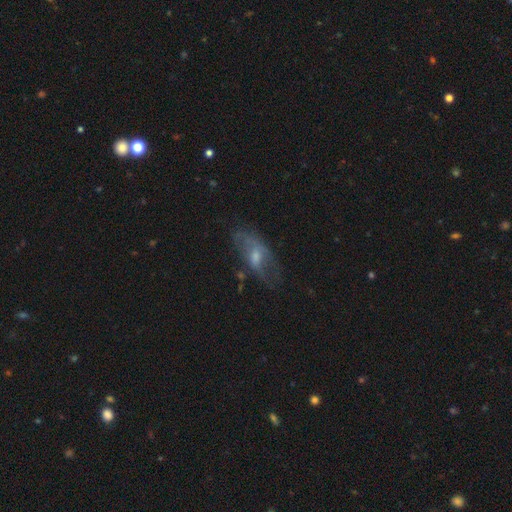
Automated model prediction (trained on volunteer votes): A featured or disk galaxy (58%) with no bar (51%), spiral arms (61%) and a moderate central bulge (48%).

Vote fractions:
- Smooth or featured? featured or disk: 58% / smooth: 31% / star or artifact: 11%
- Edge-on disk? no: 87% / yes: 13%
- Bar? no: 51% / weak: 40% / strong: 9%
- Spiral arms? yes: 61% / no: 39%
- Bulge size? moderate: 48% / small: 38% / none: 8% / large: 5% / dominant: 1%
- Merging? none: 58% / minor disturbance: 23% / major disturbance: 16% / merger: 3%